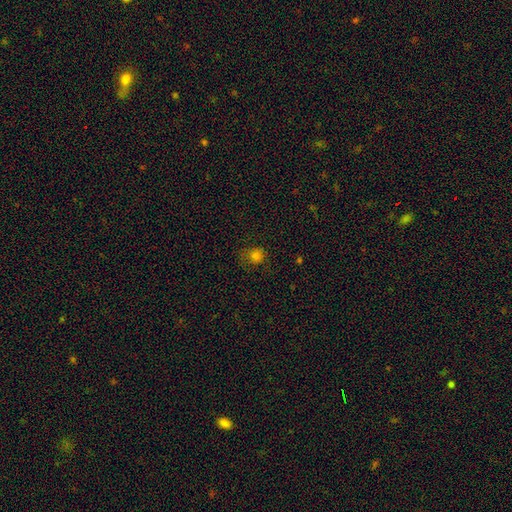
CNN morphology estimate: A smooth galaxy with no disk features (79%) that is round (81%). Merging: none (70%).